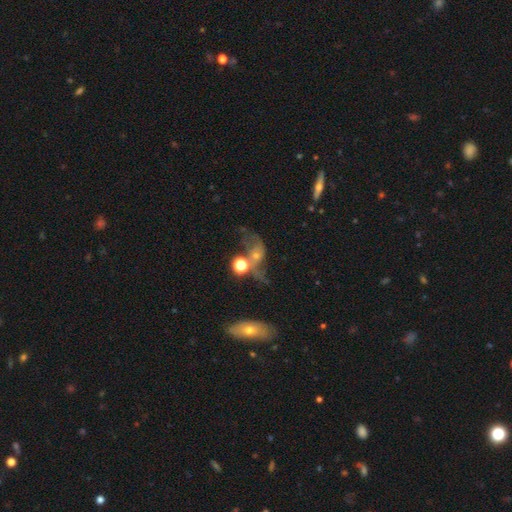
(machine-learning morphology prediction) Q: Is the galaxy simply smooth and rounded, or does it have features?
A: featured or disk — 58%.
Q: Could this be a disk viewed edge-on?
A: no — 91%.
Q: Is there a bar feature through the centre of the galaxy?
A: no — 73%.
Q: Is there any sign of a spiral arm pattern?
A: yes — 77%.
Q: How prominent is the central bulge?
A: small — 42%.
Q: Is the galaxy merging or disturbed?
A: none — 35%.